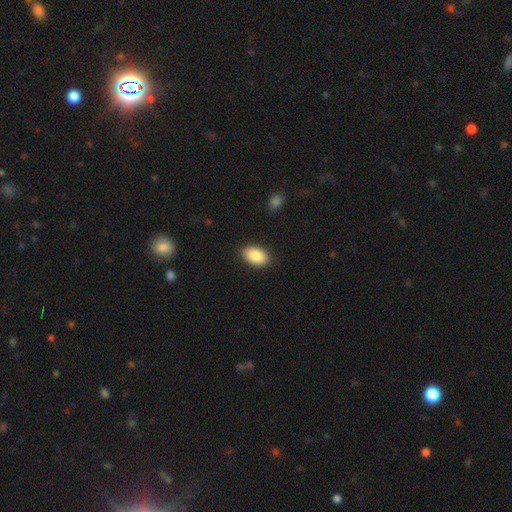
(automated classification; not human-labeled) Smooth or featured? smooth (88%)
How rounded? in between (93%)
Merging? none (88%)